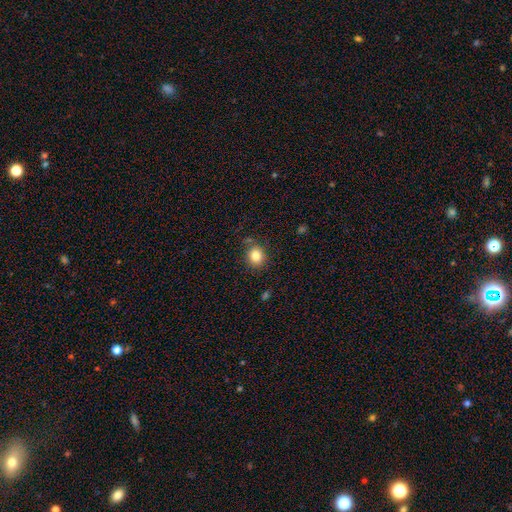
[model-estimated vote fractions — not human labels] smooth 83%, star or artifact 11%, featured or disk 6%. Down the decision tree: how rounded — round (74%); merging — none (81%).